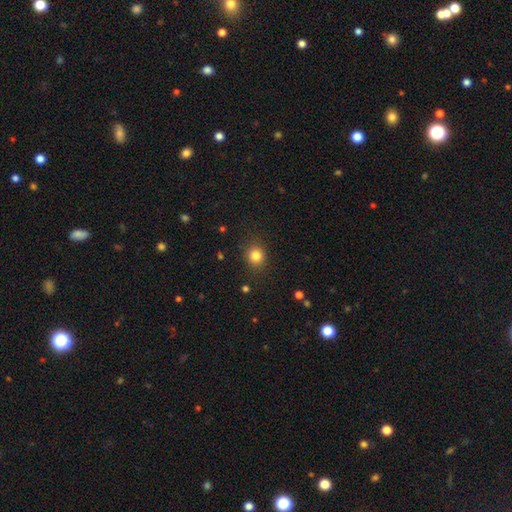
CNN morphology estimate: This is clearly a smooth galaxy (82%). How rounded: clearly round (82%). Merging: clearly none (87%).